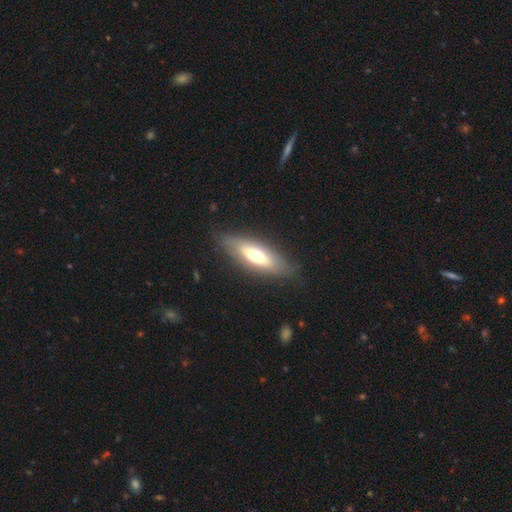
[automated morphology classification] Smooth or featured? smooth (53%)
How rounded? in between (58%)
Merging? none (81%)